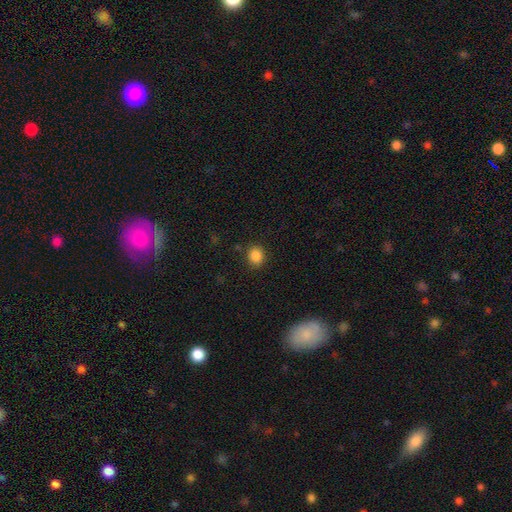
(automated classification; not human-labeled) A smooth galaxy with no disk features (86%) that is round (75%). Merging: none (86%).